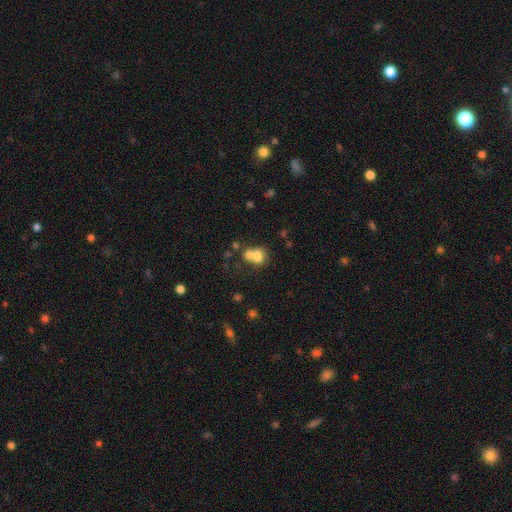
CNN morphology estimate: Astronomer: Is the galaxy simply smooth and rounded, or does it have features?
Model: smooth — 73%.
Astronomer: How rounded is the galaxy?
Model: round — 66%.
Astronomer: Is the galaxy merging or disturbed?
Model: merger — 58%.